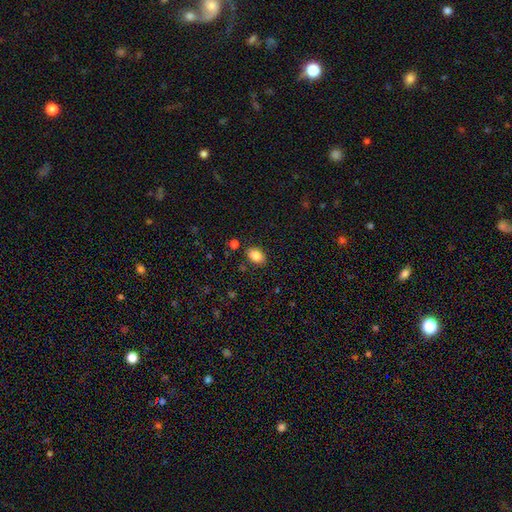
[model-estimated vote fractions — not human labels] Overall: smooth (85%). How rounded: in between (82%). Merging: none (84%).